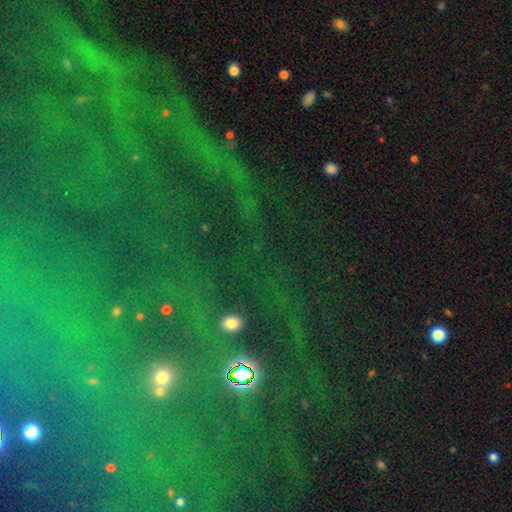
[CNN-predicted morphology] Overall: star or artifact (76%).